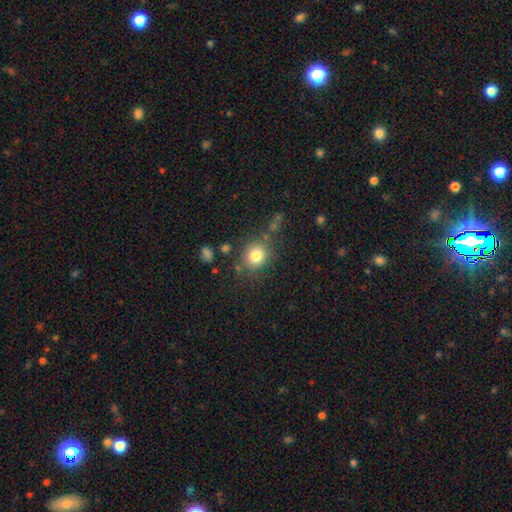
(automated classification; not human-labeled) smooth_or_featured: smooth (p=0.81) [alt: star or artifact p=0.11]
how_rounded: round (p=0.78) [alt: in between p=0.21]
merging: none (p=0.76) [alt: minor disturbance p=0.13]